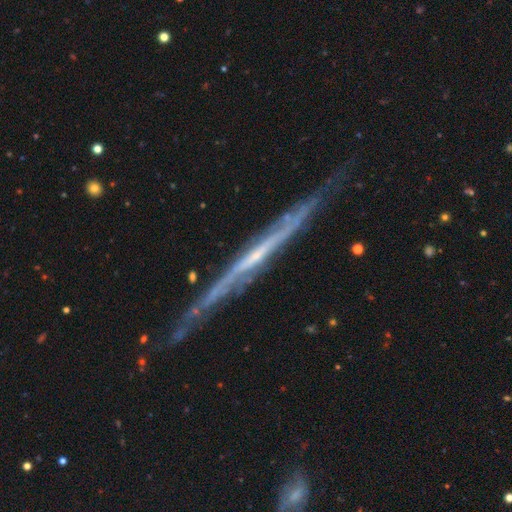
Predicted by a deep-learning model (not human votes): Smooth or featured? featured or disk (81%)
Edge-on disk? yes (94%)
Edge-on bulge? none (73%)
Merging? none (78%)